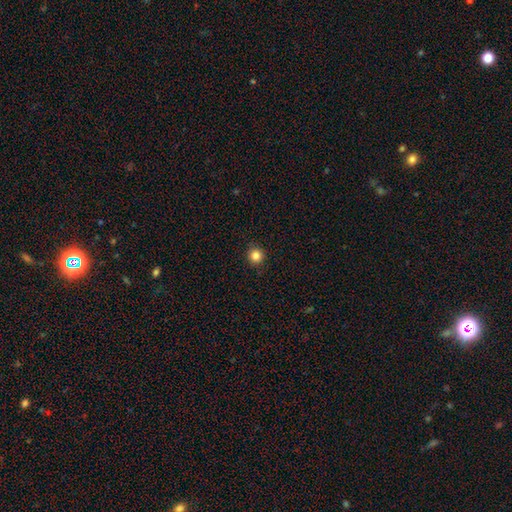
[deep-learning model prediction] Morphology: type=smooth (84%); roundness=round (95%); merging=none (92%).